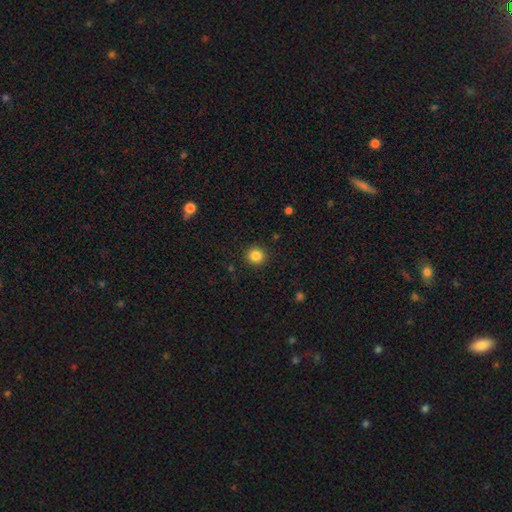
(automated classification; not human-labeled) Morphology: type=smooth (85%); roundness=round (93%); merging=none (91%).